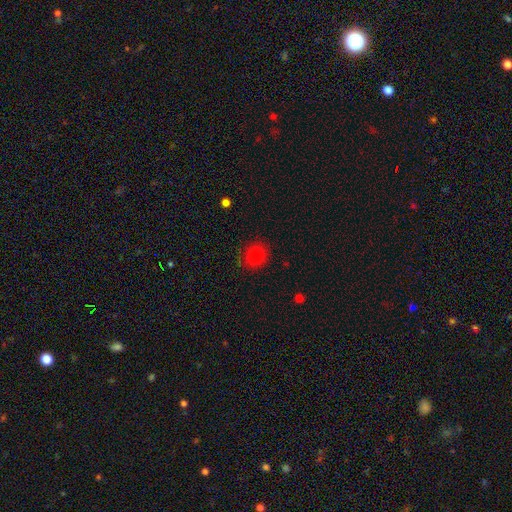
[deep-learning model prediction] Morphology: type=smooth (83%); roundness=round (80%); merging=none (80%).